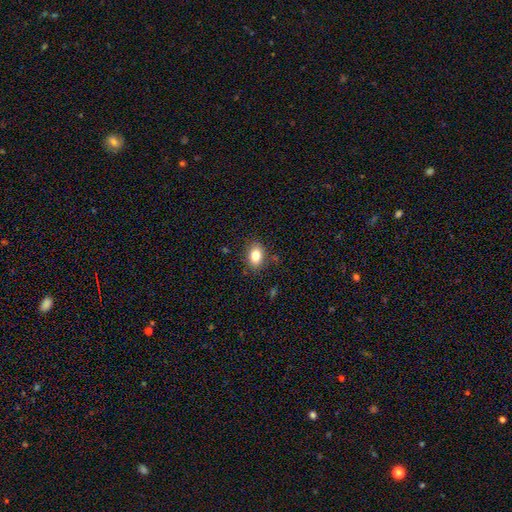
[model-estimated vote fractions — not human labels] Smooth or featured? smooth (83%)
How rounded? in between (75%)
Merging? none (84%)